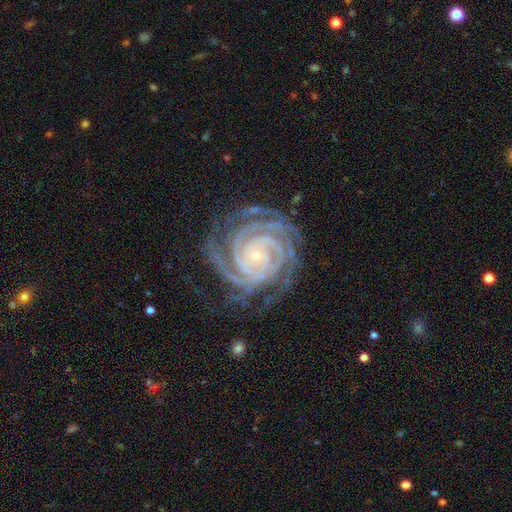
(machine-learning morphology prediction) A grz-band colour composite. It shows a featured or disk galaxy (93%) with no bar (72%), 4 (31%) tight (87%) spiral arms (99%) and a small central bulge (88%). Merging: none (76%).